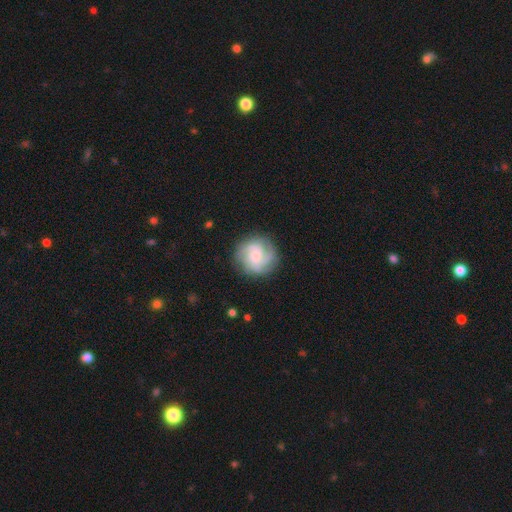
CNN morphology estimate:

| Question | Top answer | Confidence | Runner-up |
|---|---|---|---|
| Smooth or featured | featured or disk | 74% | smooth (19%) |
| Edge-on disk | no | 98% | yes (2%) |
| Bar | no | 67% | weak (29%) |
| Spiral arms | yes | 96% | no (4%) |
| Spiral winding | tight | 44% | medium (42%) |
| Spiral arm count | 3 | 44% | 4 (18%) |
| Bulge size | small | 45% | moderate (33%) |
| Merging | none | 81% | minor disturbance (12%) |